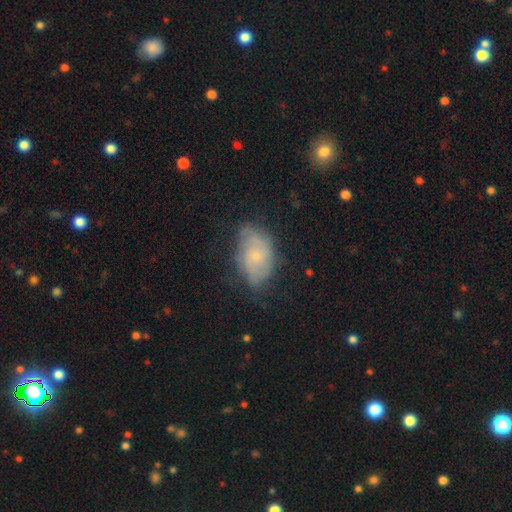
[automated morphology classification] smooth-or-featured: featured or disk: 48% | smooth: 43% | star or artifact: 9%
  merging: none: 58% | minor disturbance: 30% | major disturbance: 11% | merger: 2%